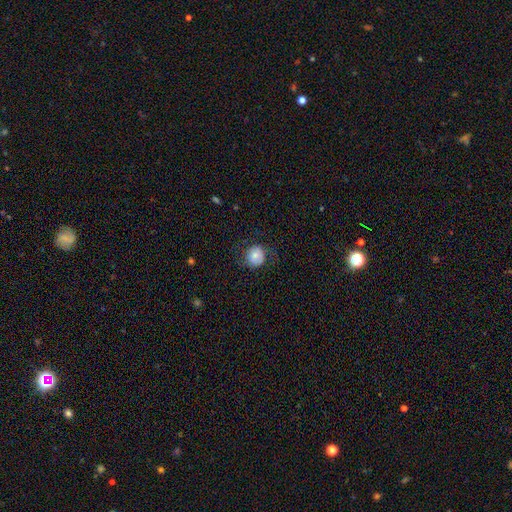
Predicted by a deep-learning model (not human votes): This is likely a smooth galaxy (74%). How rounded: clearly round (86%). Merging: likely none (74%).